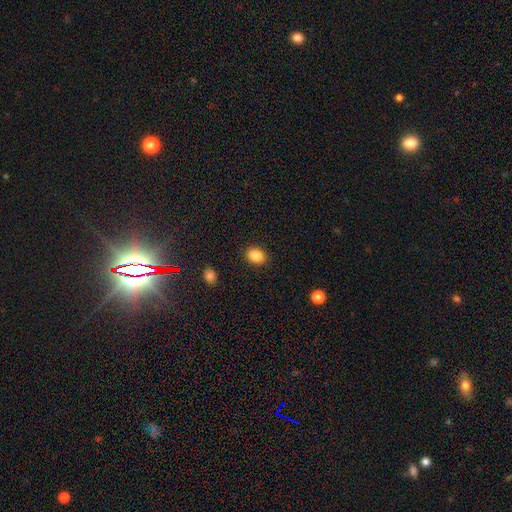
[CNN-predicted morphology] Smooth or featured? Predicted: smooth (p=0.87). How rounded? Predicted: in between (p=0.75). Merging? Predicted: none (p=0.89).